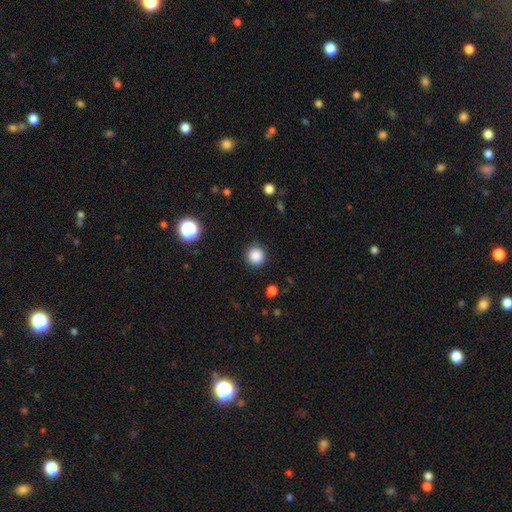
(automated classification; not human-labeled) This is clearly a smooth galaxy (86%). How rounded: clearly round (94%). Merging: clearly none (90%).